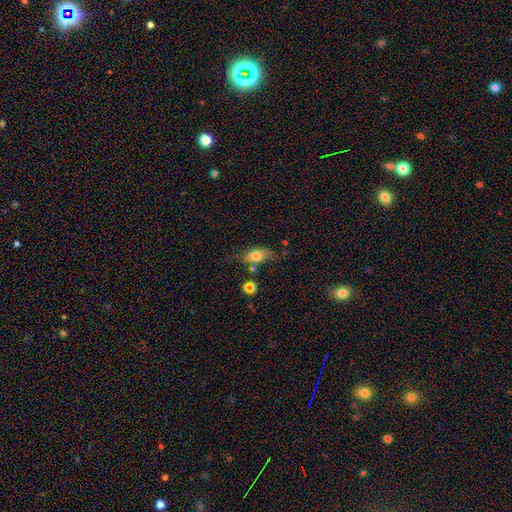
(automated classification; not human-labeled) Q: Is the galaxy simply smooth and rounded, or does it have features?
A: smooth — 70%.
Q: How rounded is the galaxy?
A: in between — 74%.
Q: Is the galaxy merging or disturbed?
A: none — 41%.